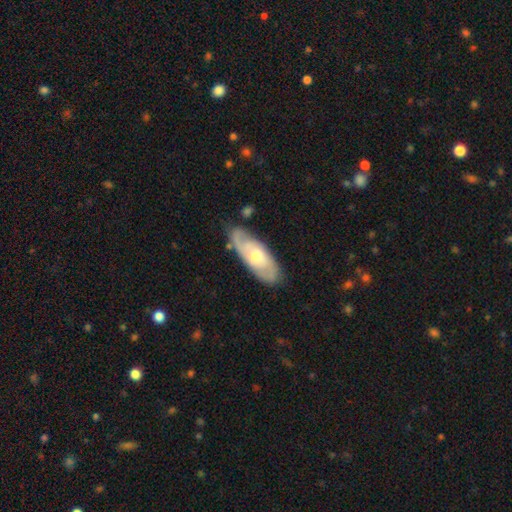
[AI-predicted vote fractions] The model was most divided on "smooth or featured": featured or disk: 55%, smooth: 40%, star or artifact: 5%. More confident: edge-on disk — no (84%); merging — none (70%).